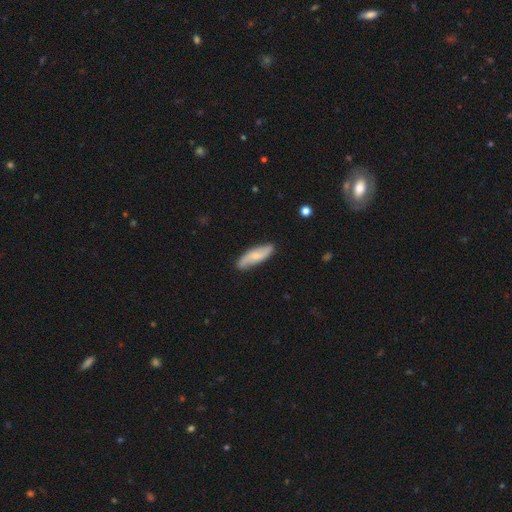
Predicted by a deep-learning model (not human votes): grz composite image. It shows a smooth galaxy with no disk features (51%) that is in between round and cigar-shaped (51%). Merging: none (84%).